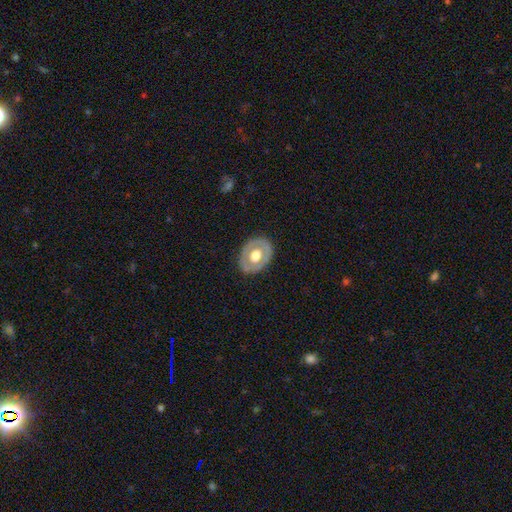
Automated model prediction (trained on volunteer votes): Smooth or featured? Predicted: featured or disk (p=0.50). Edge-on disk? Predicted: no (p=0.92). Merging? Predicted: none (p=0.81).